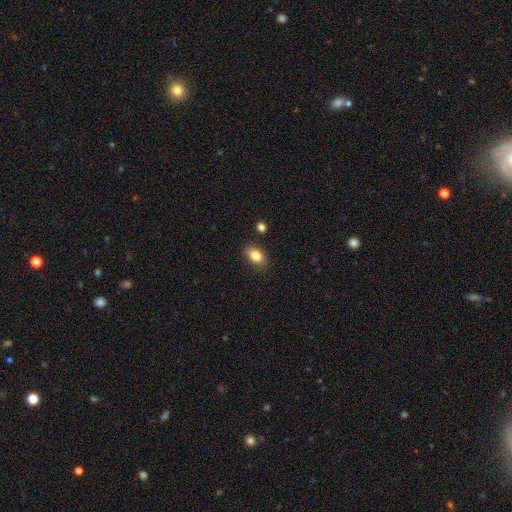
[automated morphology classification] Smooth or featured?
  - smooth: 82% *
  - star or artifact: 9%
  - featured or disk: 9%
How rounded?
  - in between: 84% *
  - round: 15%
  - cigar-shaped: 2%
Merging?
  - none: 85% *
  - minor disturbance: 10%
  - merger: 3%
  - major disturbance: 2%